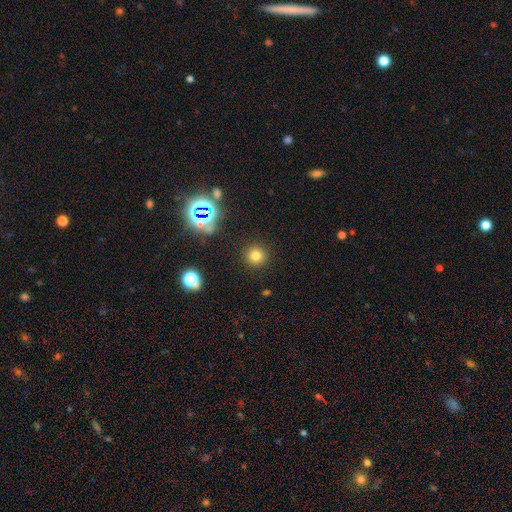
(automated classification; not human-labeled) This is likely a smooth galaxy (74%). How rounded: clearly round (94%). Merging: clearly none (90%).